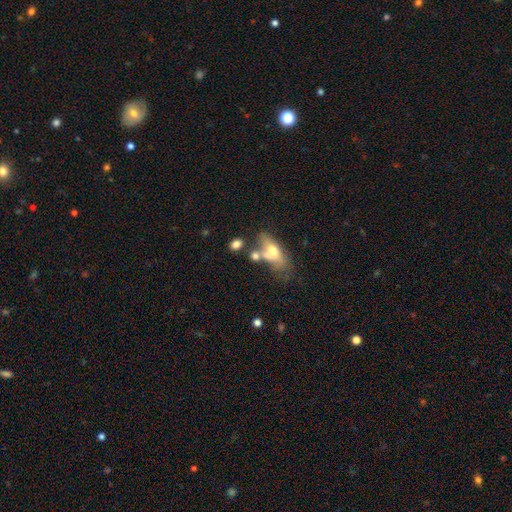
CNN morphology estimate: Q: Smooth or featured?
A: smooth (62%); runner-up: featured or disk (28%)
Q: How rounded?
A: in between (70%); runner-up: round (21%)
Q: Merging?
A: merger (36%); runner-up: none (35%)